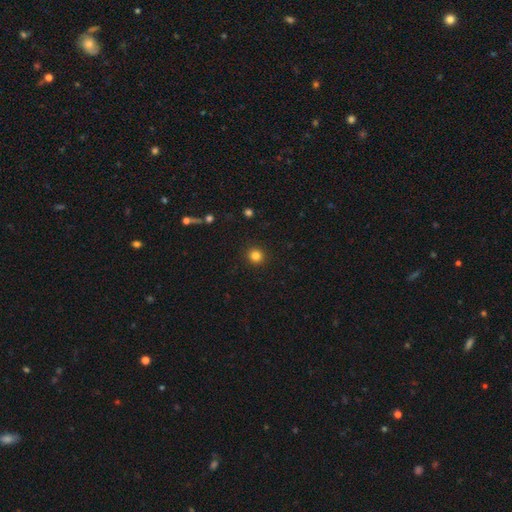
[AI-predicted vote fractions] Smooth or featured? smooth (83%)
How rounded? round (92%)
Merging? none (92%)